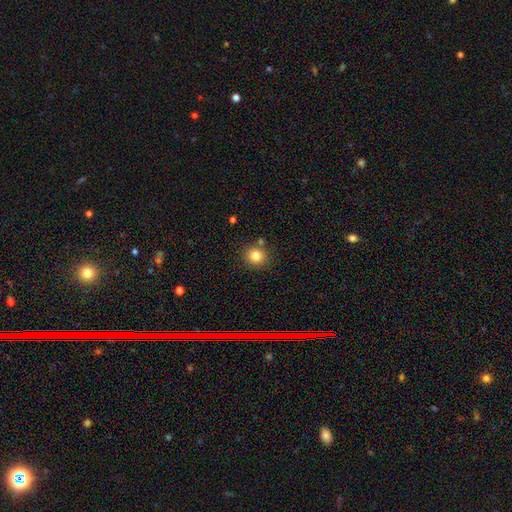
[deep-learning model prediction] Overall: smooth (81%). How rounded: round (87%). Merging: none (81%).